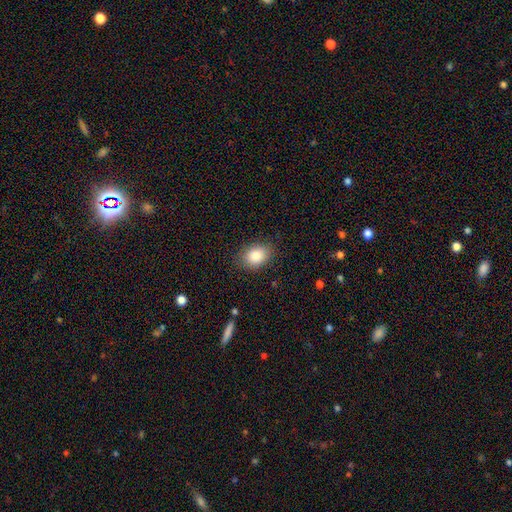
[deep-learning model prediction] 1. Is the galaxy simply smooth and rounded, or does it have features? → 86% smooth, 8% star or artifact, 6% featured or disk.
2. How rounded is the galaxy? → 67% in between, 32% round, 1% cigar-shaped.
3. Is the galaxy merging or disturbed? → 84% none, 11% minor disturbance, 3% major disturbance, 1% merger.